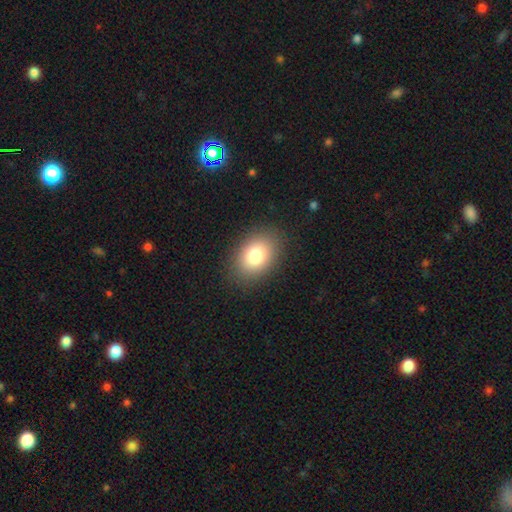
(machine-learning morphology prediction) Overall: smooth (80%). How rounded: in between (74%). Merging: none (87%).